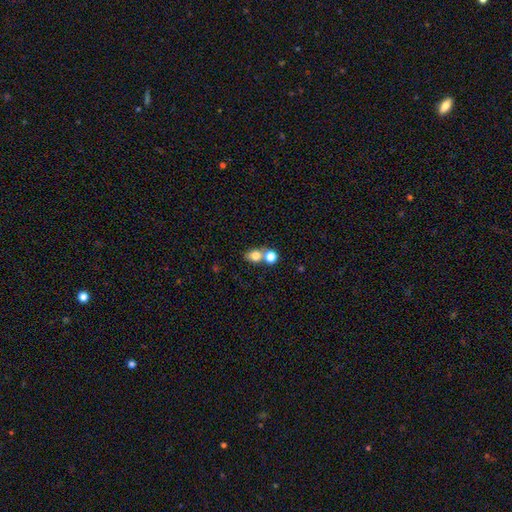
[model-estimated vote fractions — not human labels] This appears to be a smooth galaxy with no disk features (78%) that is round (57%). Merging: merger (51%).